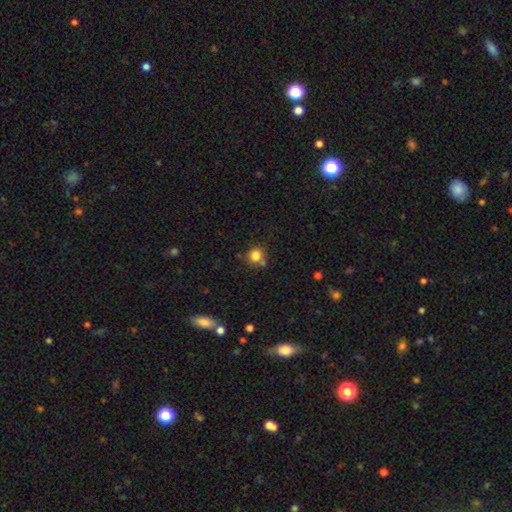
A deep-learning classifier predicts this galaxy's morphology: The model was most divided on "merging": none: 67%, merger: 15%, minor disturbance: 14%, major disturbance: 4%. More confident: how rounded — round (90%); smooth or featured — smooth (81%).